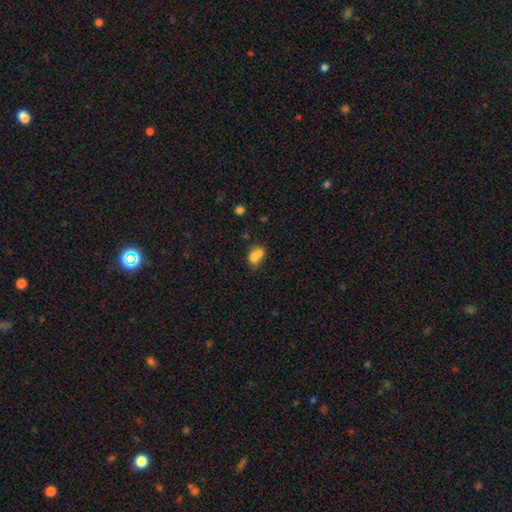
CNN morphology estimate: The model was most divided on "merging": merger: 51%, none: 30%, minor disturbance: 13%, major disturbance: 6%. More confident: smooth or featured — smooth (74%); how rounded — in between (70%).